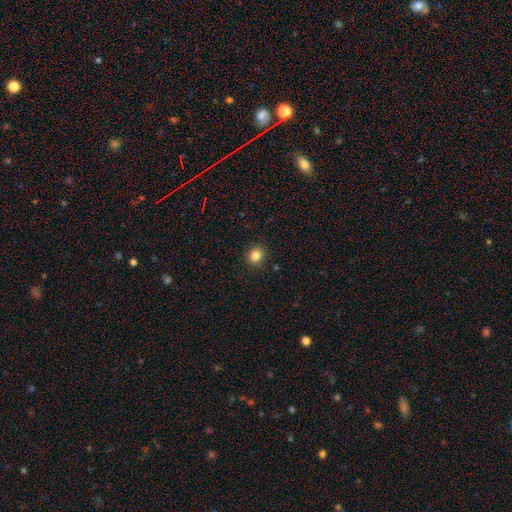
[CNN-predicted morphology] This is clearly a smooth galaxy (84%). How rounded: likely round (73%). Merging: clearly none (89%).